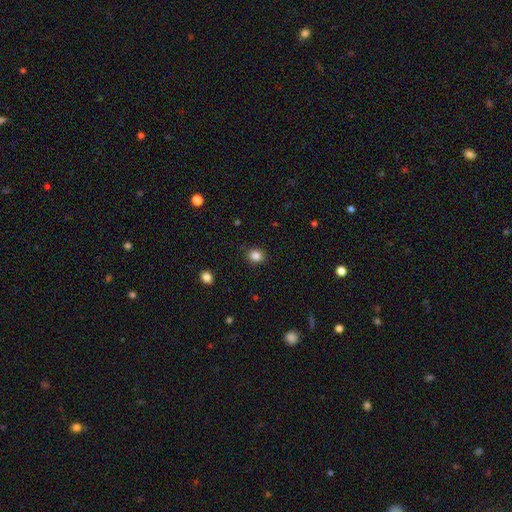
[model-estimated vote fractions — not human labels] This appears to be a smooth galaxy with no disk features (85%) that is round (75%). Merging: none (88%).